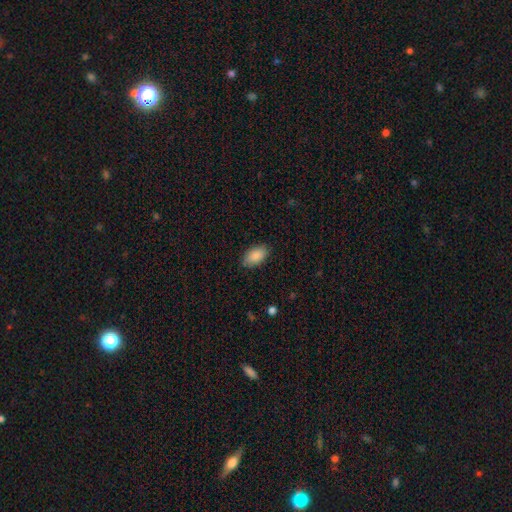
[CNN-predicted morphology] This is clearly a smooth galaxy (88%). How rounded: clearly in between (93%). Merging: clearly none (84%).